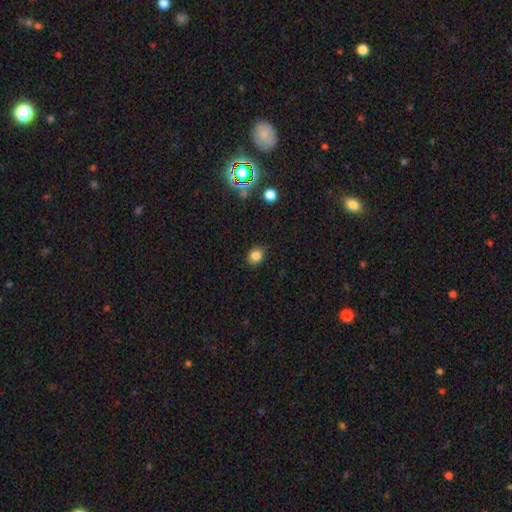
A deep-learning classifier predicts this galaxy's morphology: Q: Smooth or featured?
A: smooth (82%); runner-up: star or artifact (13%)
Q: How rounded?
A: round (66%); runner-up: in between (33%)
Q: Merging?
A: none (82%); runner-up: minor disturbance (14%)